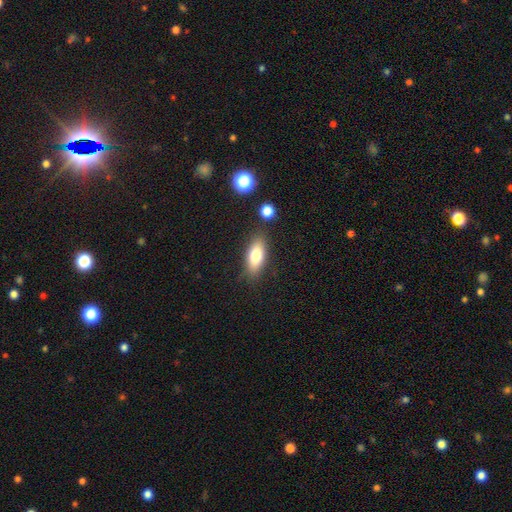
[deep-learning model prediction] A smooth galaxy with no disk features (78%) that is in between round and cigar-shaped (79%).

Vote fractions:
- Smooth or featured? smooth: 78% / featured or disk: 15% / star or artifact: 8%
- How rounded? in between: 79% / cigar-shaped: 17% / round: 3%
- Merging? none: 81% / minor disturbance: 12% / merger: 4% / major disturbance: 3%